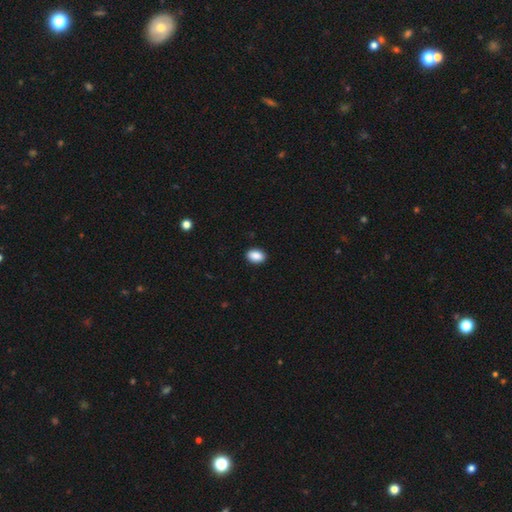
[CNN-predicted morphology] A smooth galaxy with no disk features (90%) that is in between round and cigar-shaped (84%). Merging: none (91%).